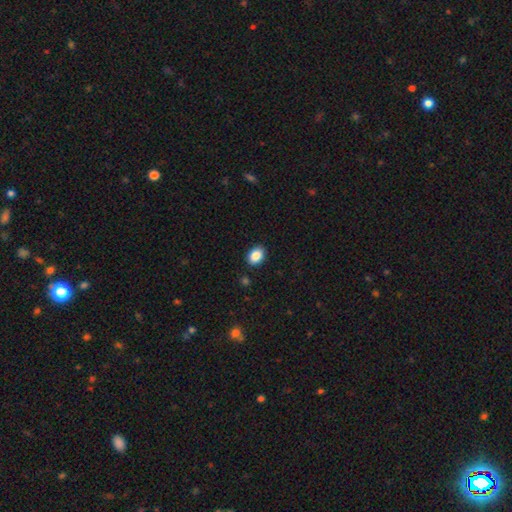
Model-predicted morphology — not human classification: smooth_or_featured: smooth (p=0.88) [alt: star or artifact p=0.08]
how_rounded: in between (p=0.73) [alt: round p=0.26]
merging: none (p=0.89) [alt: minor disturbance p=0.08]